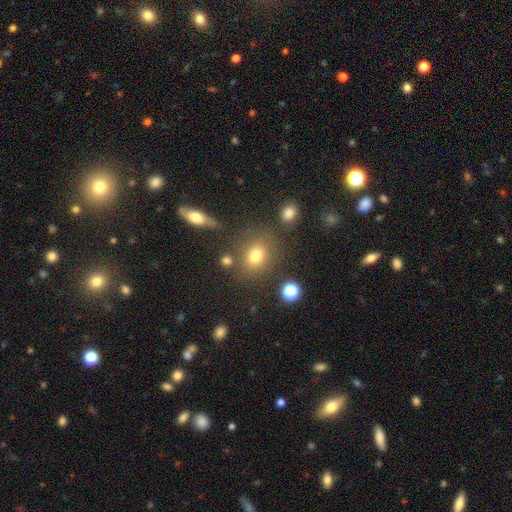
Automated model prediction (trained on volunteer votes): This is likely a smooth galaxy (74%). How rounded: possibly round (54%). Merging: likely none (74%).